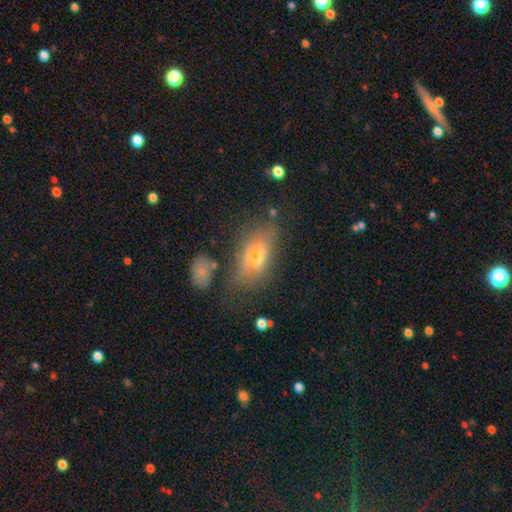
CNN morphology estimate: The model was most divided on "smooth or featured": smooth: 57%, featured or disk: 32%, star or artifact: 11%. More confident: how rounded — in between (83%); merging — none (61%).